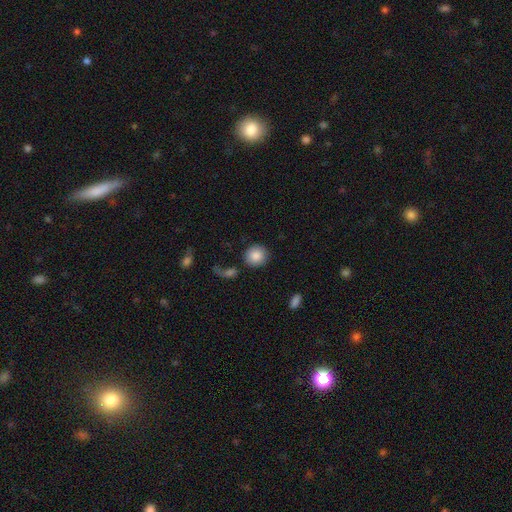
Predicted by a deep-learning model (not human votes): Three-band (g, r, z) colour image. It shows a smooth galaxy with no disk features (87%) that is round (86%). Merging: none (82%).